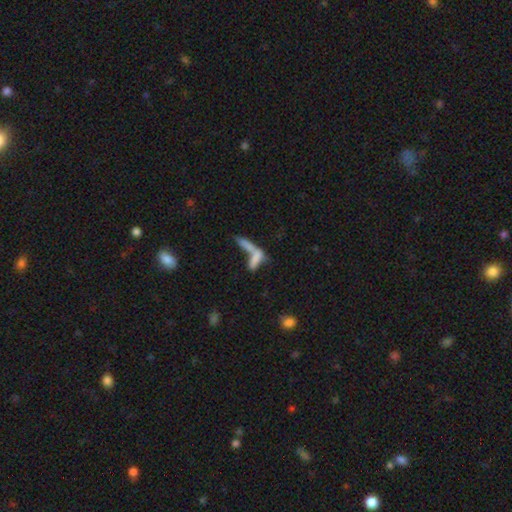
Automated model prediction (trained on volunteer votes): Q: Smooth or featured?
A: smooth (63%); runner-up: featured or disk (25%)
Q: How rounded?
A: cigar-shaped (65%); runner-up: in between (31%)
Q: Merging?
A: merger (60%); runner-up: none (22%)